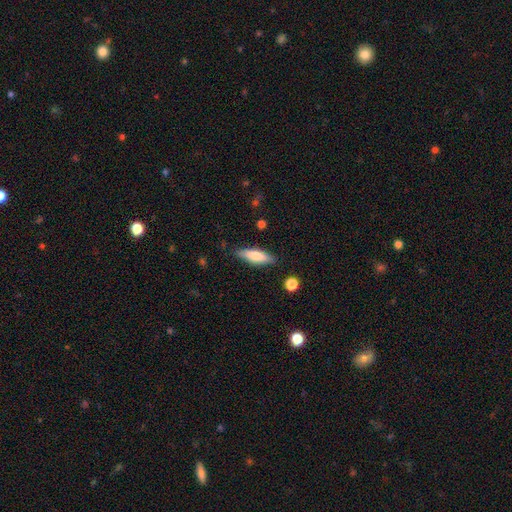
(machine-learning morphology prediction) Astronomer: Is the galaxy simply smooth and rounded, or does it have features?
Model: smooth — 74%.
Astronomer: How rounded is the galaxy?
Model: cigar-shaped — 51% (runner-up: in between, 47%).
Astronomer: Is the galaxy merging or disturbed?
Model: none — 83%.